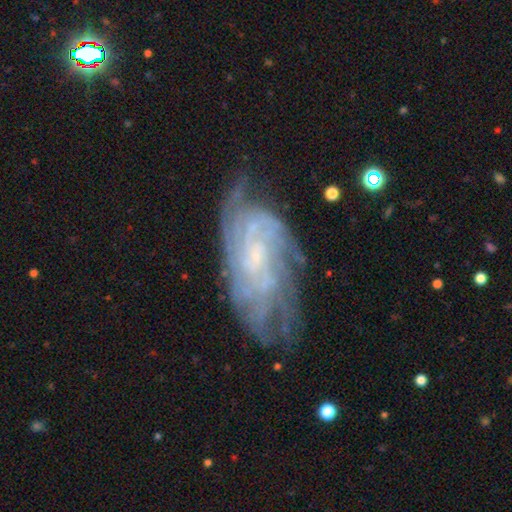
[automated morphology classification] featured or disk 80%, smooth 12%, star or artifact 8%. Down the decision tree: edge-on disk — no (94%); bar — no (58%); spiral arms — yes (92%); spiral arm count — can't tell (49%); spiral winding — tight (62%); bulge size — small (69%); merging — none (61%).